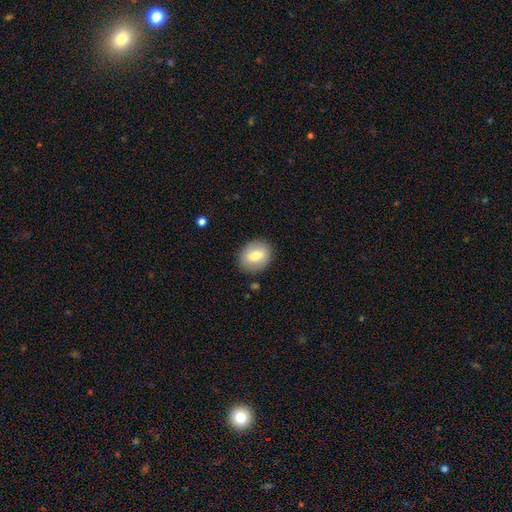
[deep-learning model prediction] Smooth or featured: smooth — 76% (featured or disk — 17%)
How rounded: in between — 49% (tied with round — 49%)
Merging: none — 85% (minor disturbance — 10%)